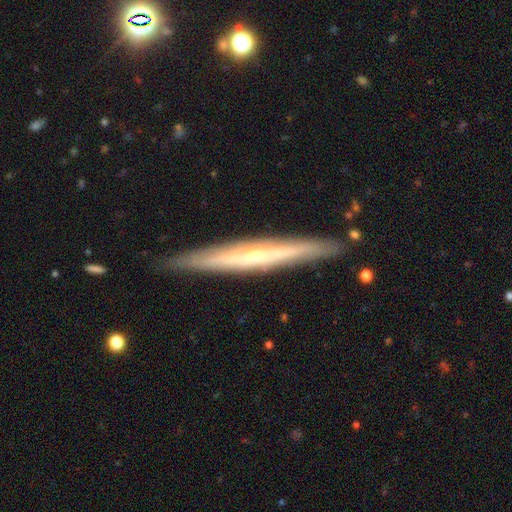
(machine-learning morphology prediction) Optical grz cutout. It shows a featured or disk galaxy (68%) viewed edge-on (94%) with a rounded central bulge (49%). Merging: none (89%).